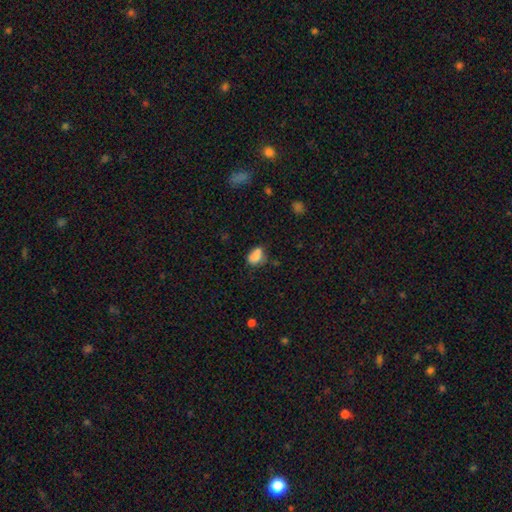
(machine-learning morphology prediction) This appears to be a smooth galaxy with no disk features (80%) that is in between round and cigar-shaped (76%). Merging: none (45%).